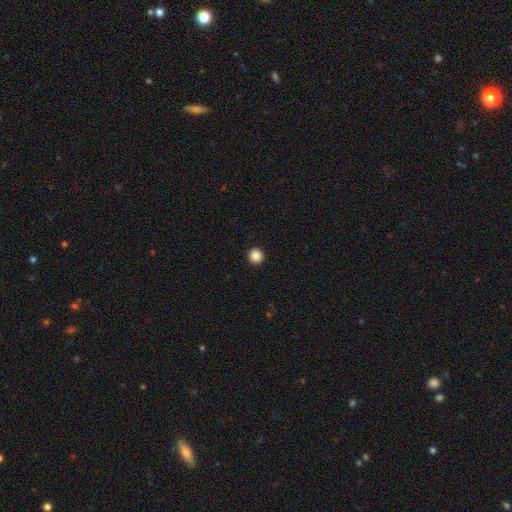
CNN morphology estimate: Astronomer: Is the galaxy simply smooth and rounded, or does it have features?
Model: smooth — 88%.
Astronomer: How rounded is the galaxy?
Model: round — 93%.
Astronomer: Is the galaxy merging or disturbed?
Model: none — 93%.